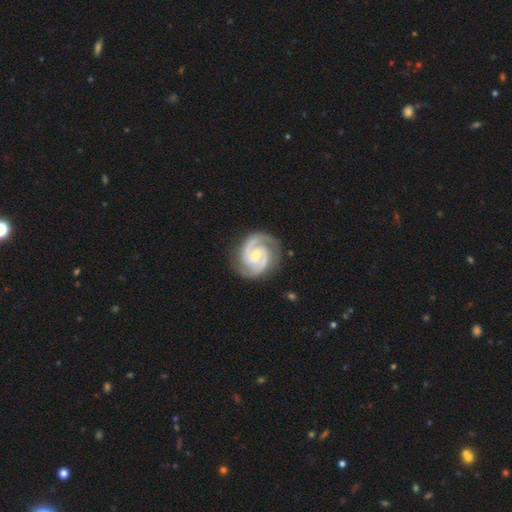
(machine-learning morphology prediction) The model was most divided on "spiral winding": tight: 52%, medium: 43%, loose: 5%. More confident: spiral arms — yes (99%); edge-on disk — no (98%); smooth or featured — featured or disk (93%); spiral arm count — 2 (90%); merging — none (83%); bar — no (56%); bulge size — small (54%).